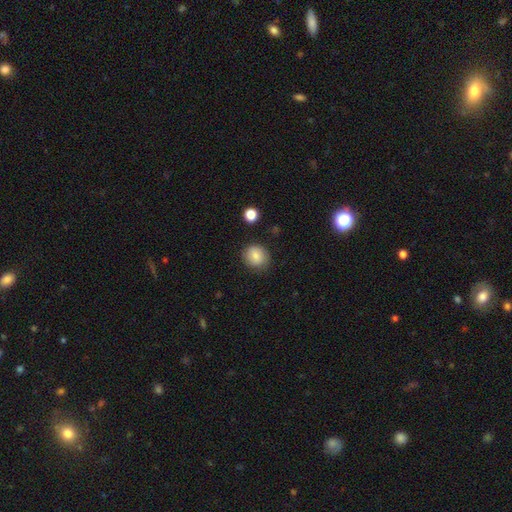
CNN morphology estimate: Smooth or featured? Predicted: smooth (p=0.81). How rounded? Predicted: round (p=0.79). Merging? Predicted: none (p=0.81).